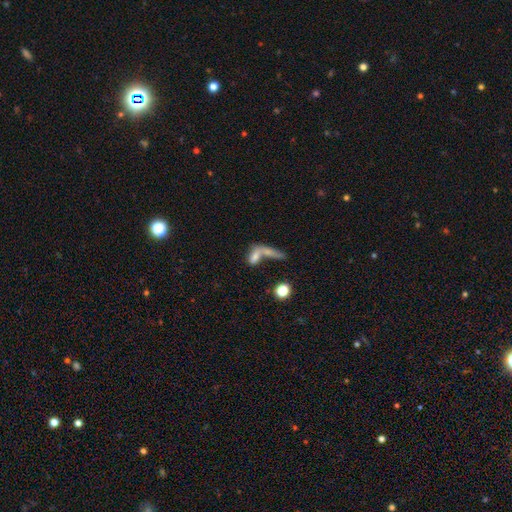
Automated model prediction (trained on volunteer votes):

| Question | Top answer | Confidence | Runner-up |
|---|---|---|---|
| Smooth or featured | smooth | 64% | featured or disk (24%) |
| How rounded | in between | 56% | cigar-shaped (33%) |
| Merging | merger | 57% | none (23%) |